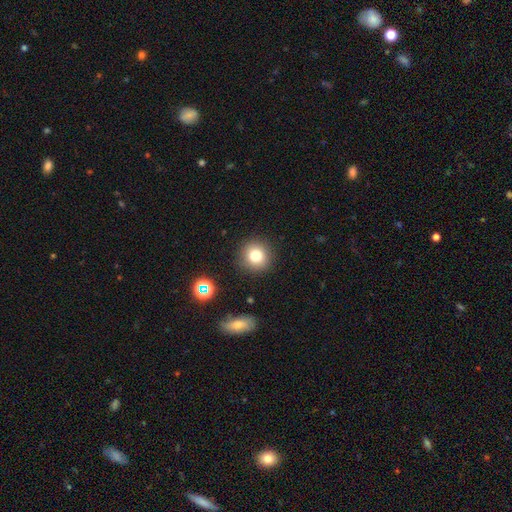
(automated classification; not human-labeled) smooth_or_featured: smooth (p=0.79) [alt: star or artifact p=0.13]
how_rounded: round (p=0.92) [alt: in between p=0.07]
merging: none (p=0.90) [alt: minor disturbance p=0.06]